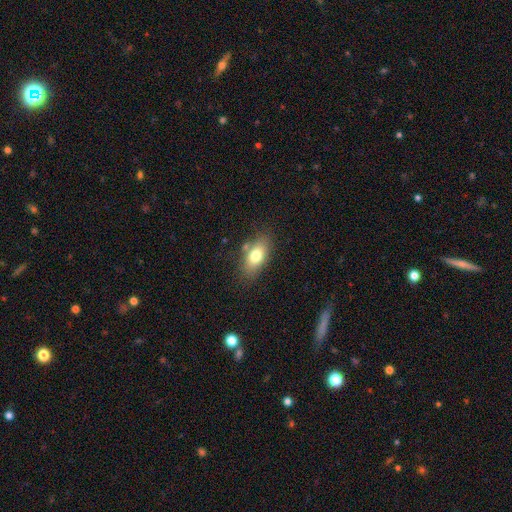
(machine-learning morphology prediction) Smooth or featured? Predicted: smooth (p=0.75). How rounded? Predicted: in between (p=0.86). Merging? Predicted: none (p=0.75).